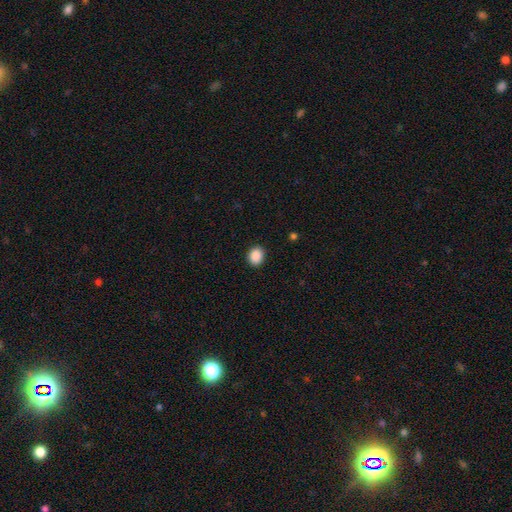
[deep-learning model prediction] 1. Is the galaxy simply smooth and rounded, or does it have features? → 89% smooth, 8% star or artifact, 2% featured or disk.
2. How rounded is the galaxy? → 56% round, 43% in between, 1% cigar-shaped.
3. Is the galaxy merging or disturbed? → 90% none, 7% minor disturbance, 2% major disturbance, 1% merger.